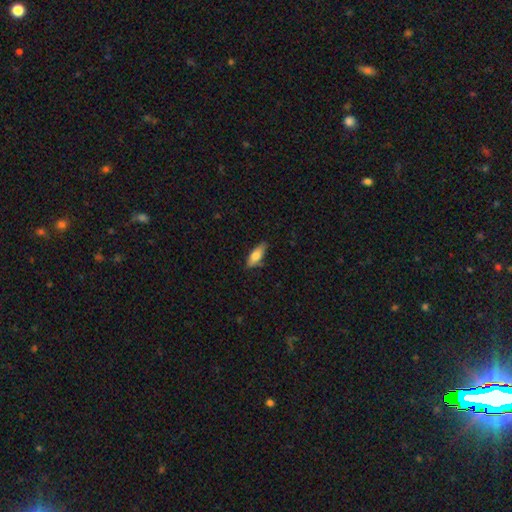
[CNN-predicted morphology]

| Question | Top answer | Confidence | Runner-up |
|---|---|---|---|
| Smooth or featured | smooth | 76% | featured or disk (18%) |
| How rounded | in between | 68% | cigar-shaped (30%) |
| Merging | none | 81% | minor disturbance (15%) |